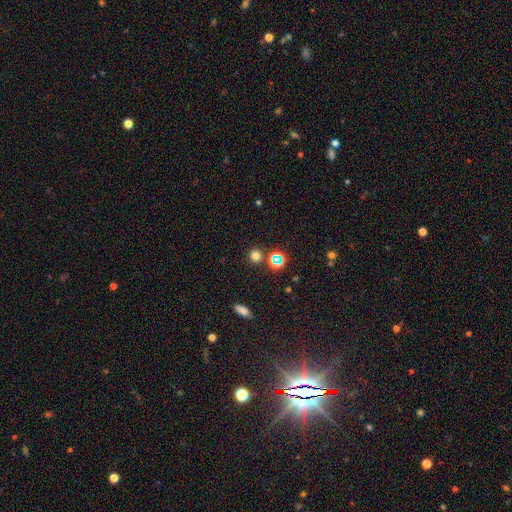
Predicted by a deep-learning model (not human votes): smooth 71%, star or artifact 23%, featured or disk 6%. Down the decision tree: how rounded — round (91%); merging — none (84%).